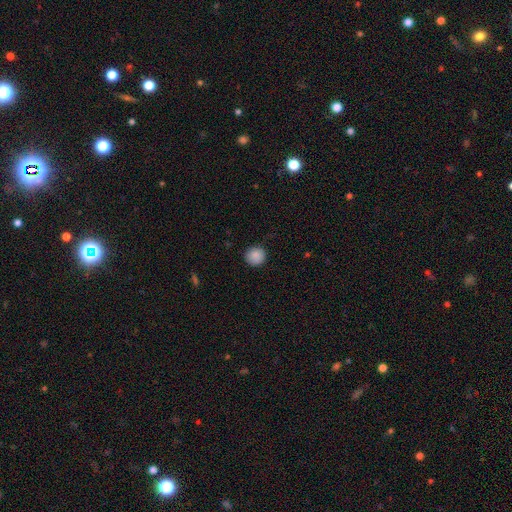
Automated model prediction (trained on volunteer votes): Overall: smooth (87%). How rounded: round (92%). Merging: none (87%).